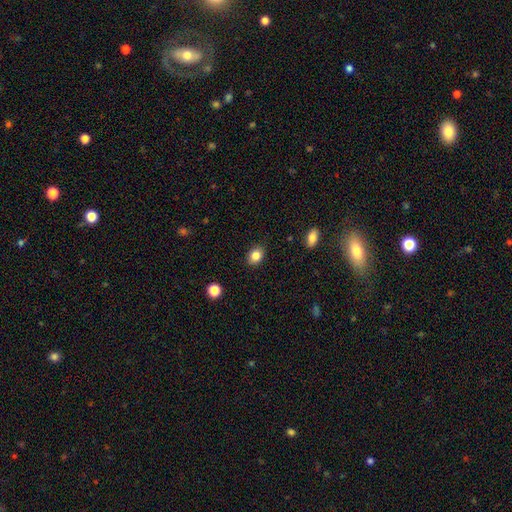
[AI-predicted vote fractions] A smooth galaxy with no disk features (84%) that is in between round and cigar-shaped (57%).

Vote fractions:
- Smooth or featured? smooth: 84% / star or artifact: 10% / featured or disk: 6%
- How rounded? in between: 57% / round: 42% / cigar-shaped: 1%
- Merging? none: 87% / minor disturbance: 9% / major disturbance: 2% / merger: 1%